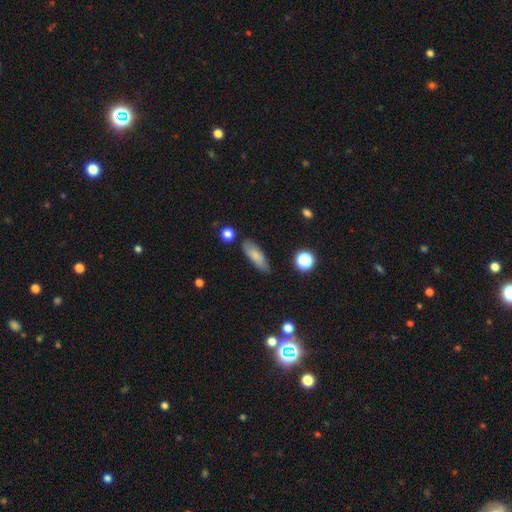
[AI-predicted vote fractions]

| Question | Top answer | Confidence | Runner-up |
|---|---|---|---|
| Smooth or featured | smooth | 75% | featured or disk (16%) |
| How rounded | in between | 58% | cigar-shaped (39%) |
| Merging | none | 78% | minor disturbance (16%) |